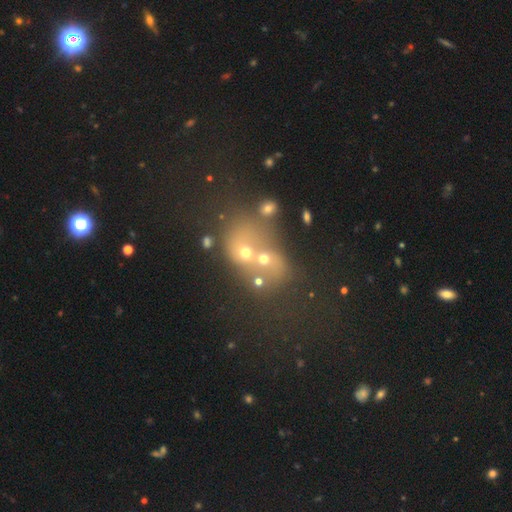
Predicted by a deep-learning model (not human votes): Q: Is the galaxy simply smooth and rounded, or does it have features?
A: smooth — 42%.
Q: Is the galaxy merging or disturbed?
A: merger — 55%.